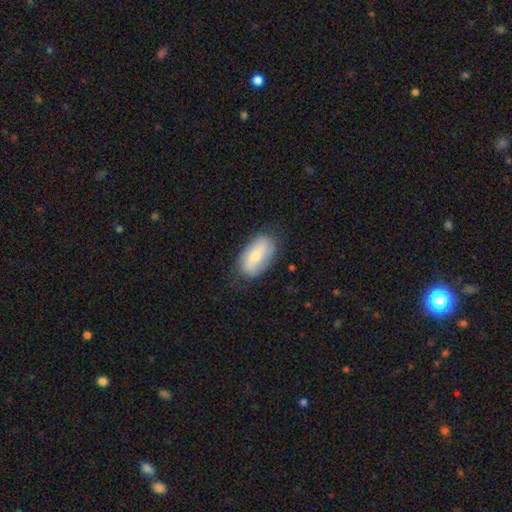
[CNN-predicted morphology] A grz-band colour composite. It shows a smooth galaxy with no disk features (56%) that is in between round and cigar-shaped (91%). Merging: none (75%).